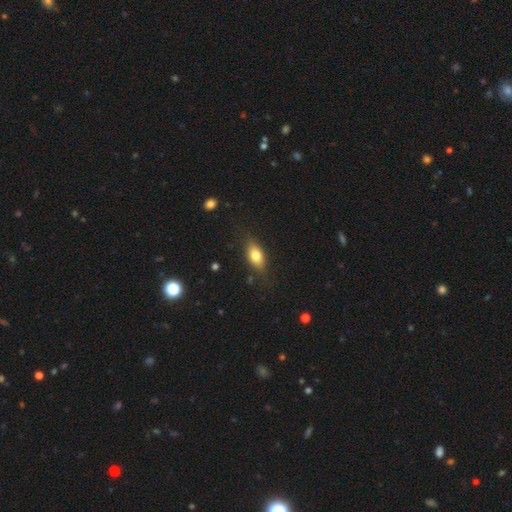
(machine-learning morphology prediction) Smooth or featured?
  - smooth: 76% *
  - featured or disk: 16%
  - star or artifact: 8%
How rounded?
  - in between: 84% *
  - cigar-shaped: 8%
  - round: 8%
Merging?
  - none: 80% *
  - minor disturbance: 15%
  - major disturbance: 4%
  - merger: 1%